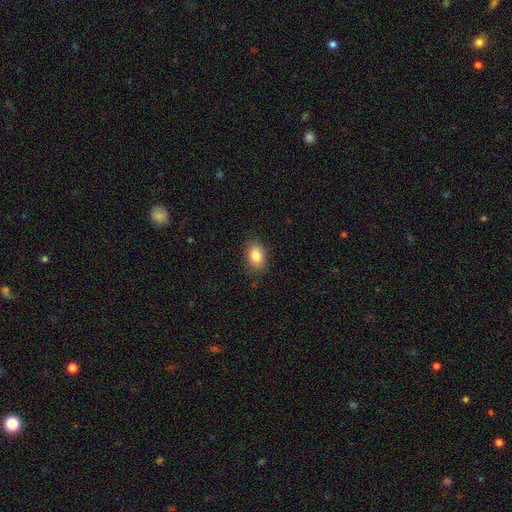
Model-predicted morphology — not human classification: smooth 83%, star or artifact 9%, featured or disk 8%. Down the decision tree: how rounded — in between (81%); merging — none (83%).